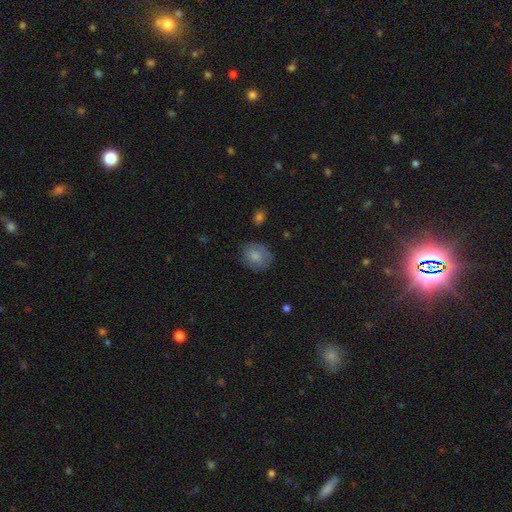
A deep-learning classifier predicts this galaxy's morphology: The model was most divided on "how rounded": round: 53%, in between: 46%, cigar-shaped: 1%. More confident: smooth or featured — smooth (77%); merging — none (75%).